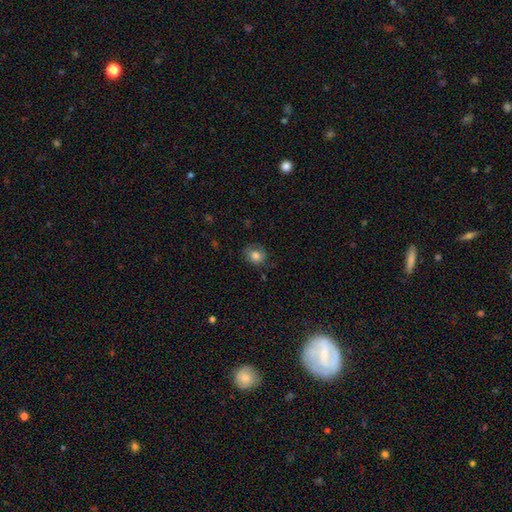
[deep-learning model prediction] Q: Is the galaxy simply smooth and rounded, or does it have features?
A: smooth — 82%.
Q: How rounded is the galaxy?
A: round — 70%.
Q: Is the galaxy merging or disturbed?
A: none — 73%.